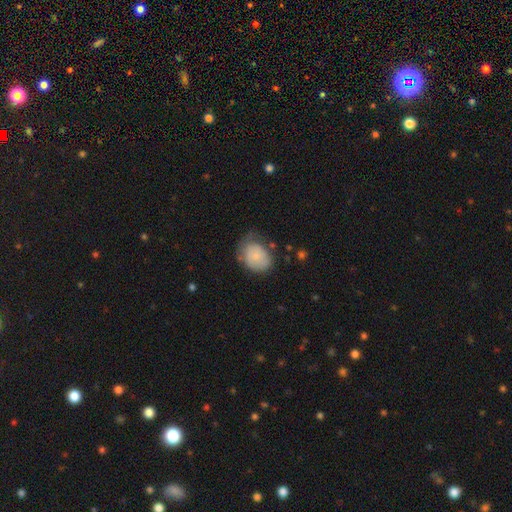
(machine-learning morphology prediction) This is likely a smooth galaxy (77%). How rounded: likely in between (61%). Merging: marginally none (42%).